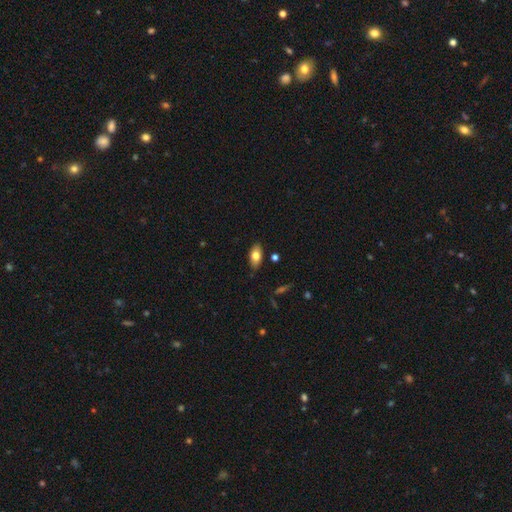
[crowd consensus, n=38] This is likely a smooth galaxy (76%). How rounded: clearly in between (93%). Merging: clearly none (86%).